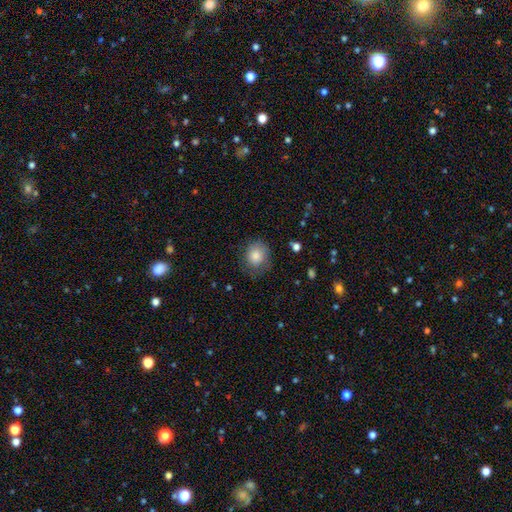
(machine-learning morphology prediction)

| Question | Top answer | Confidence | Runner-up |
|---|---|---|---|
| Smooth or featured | smooth | 83% | featured or disk (9%) |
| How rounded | round | 73% | in between (26%) |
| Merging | none | 70% | minor disturbance (22%) |